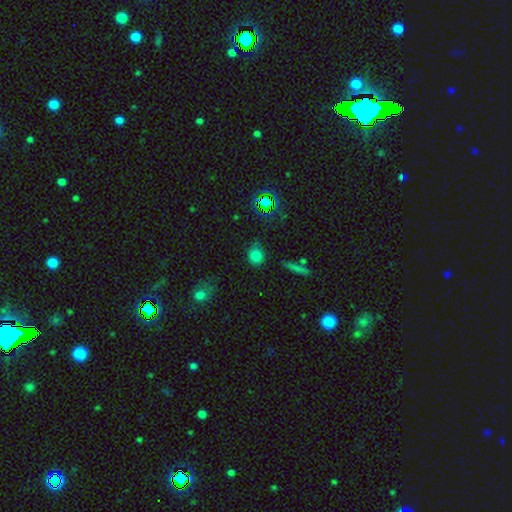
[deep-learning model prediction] smooth 77%, star or artifact 17%, featured or disk 6%. Down the decision tree: how rounded — round (74%); merging — none (72%).